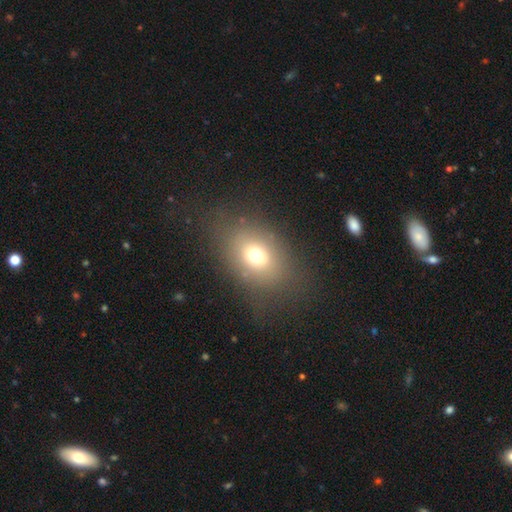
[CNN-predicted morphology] Overall: smooth (68%). How rounded: in between (59%; round 40%). Merging: none (76%).